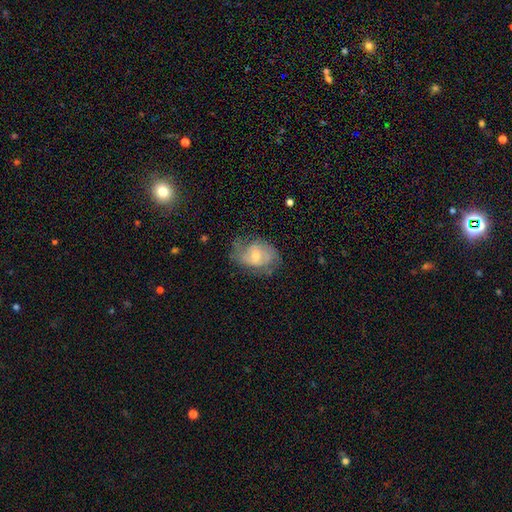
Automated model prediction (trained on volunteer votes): Smooth or featured: featured or disk — 64% (smooth — 29%)
Edge-on disk: no — 96% (yes — 4%)
Bar: no — 48% (weak — 43%)
Spiral arms: yes — 80% (no — 20%)
Bulge size: moderate — 54% (small — 40%)
Merging: none — 56% (minor disturbance — 27%)